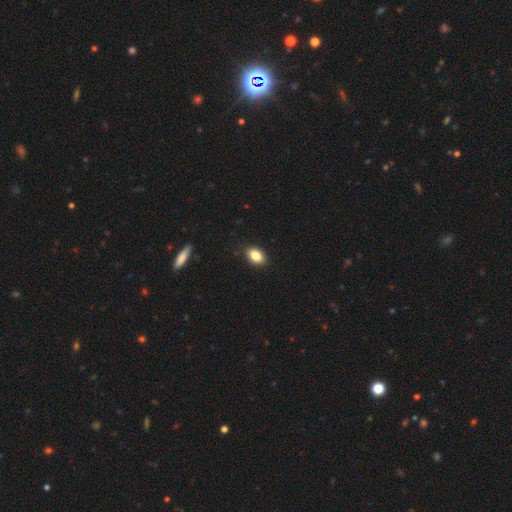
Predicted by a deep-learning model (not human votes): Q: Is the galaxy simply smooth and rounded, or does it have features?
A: smooth — 85%.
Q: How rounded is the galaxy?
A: in between — 84%.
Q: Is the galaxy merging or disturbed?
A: none — 88%.